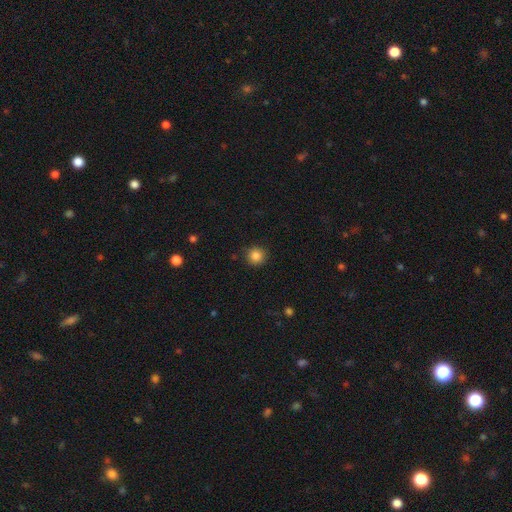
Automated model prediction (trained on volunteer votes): smooth-or-featured: smooth: 85% | star or artifact: 11% | featured or disk: 4%
  how-rounded: round: 94% | in between: 5% | cigar-shaped: 1%
  merging: none: 89% | minor disturbance: 7% | major disturbance: 2% | merger: 1%